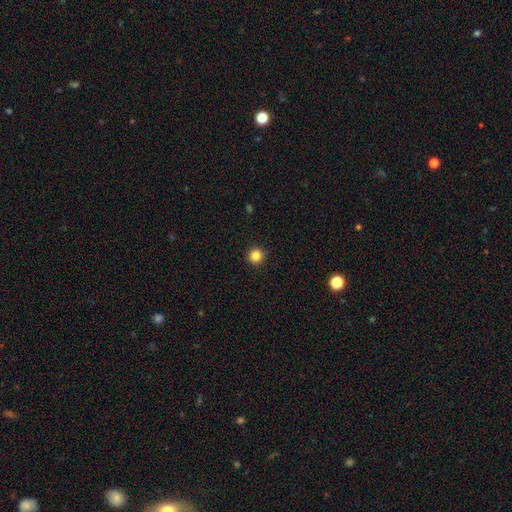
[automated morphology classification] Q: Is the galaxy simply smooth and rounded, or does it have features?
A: smooth — 84%.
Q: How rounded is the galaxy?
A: round — 94%.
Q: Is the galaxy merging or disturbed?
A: none — 91%.